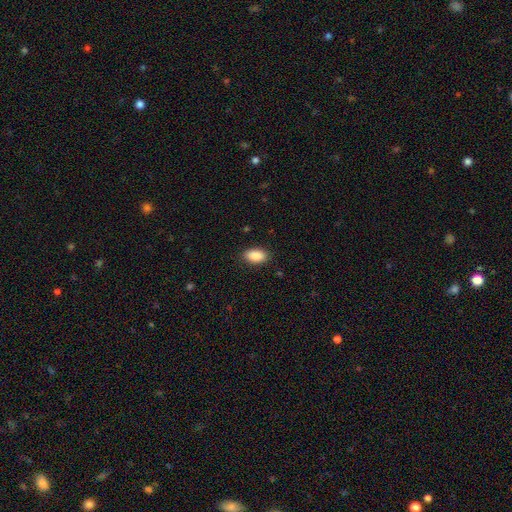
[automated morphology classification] Smooth or featured? smooth (90%)
How rounded? in between (93%)
Merging? none (88%)